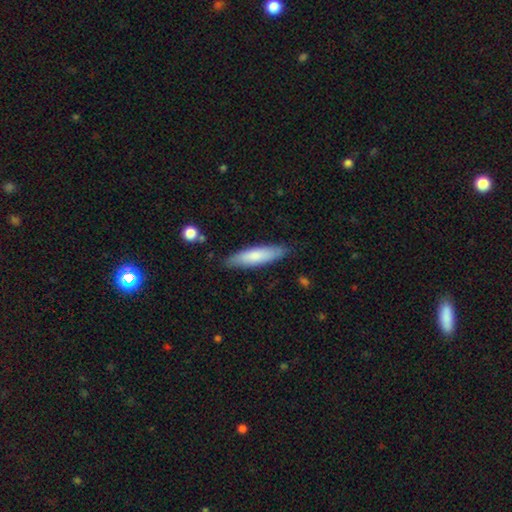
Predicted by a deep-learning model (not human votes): Smooth or featured: smooth — 76% (featured or disk — 19%)
How rounded: cigar-shaped — 71% (in between — 27%)
Merging: none — 85% (minor disturbance — 11%)